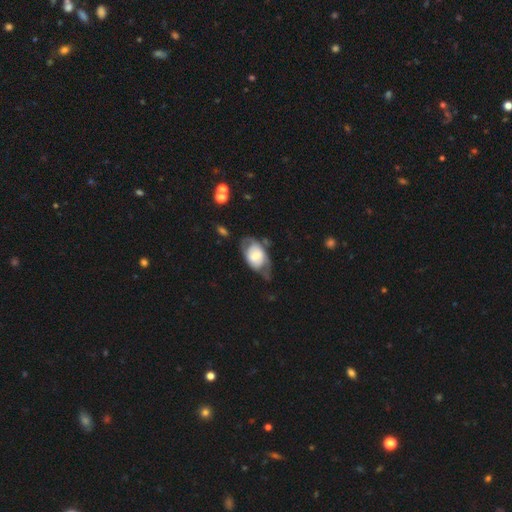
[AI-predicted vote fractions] A featured or disk galaxy (52%). Merging: none (46%).